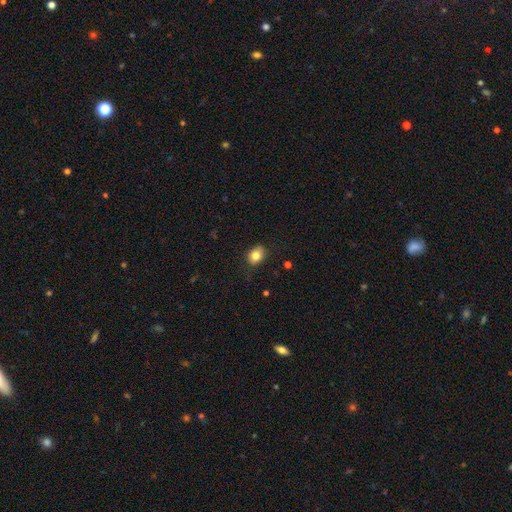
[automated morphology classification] type=smooth (82%); roundness=in between (57%); merging=none (79%).